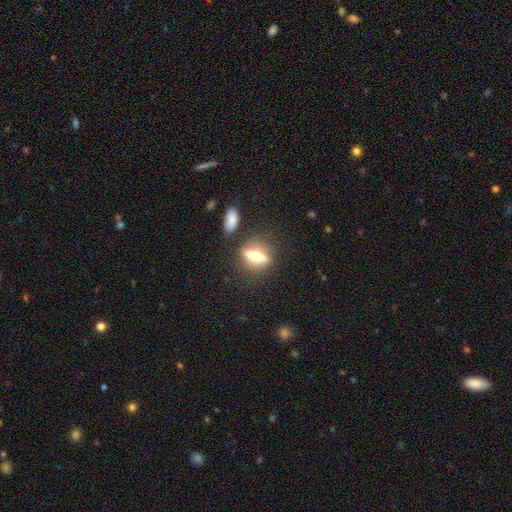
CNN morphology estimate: The model was most divided on "smooth or featured": smooth: 46%, featured or disk: 44%, star or artifact: 9%. More confident: merging — none (73%).